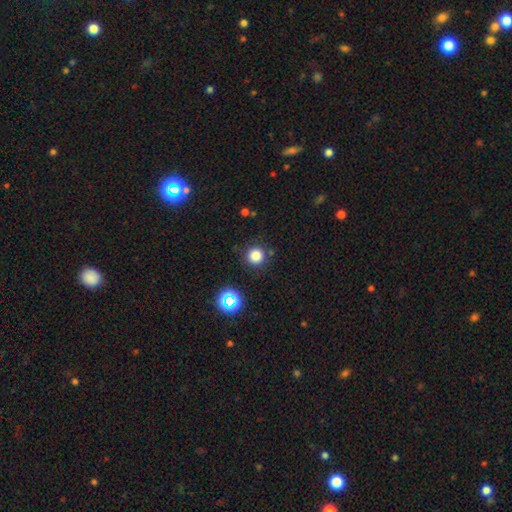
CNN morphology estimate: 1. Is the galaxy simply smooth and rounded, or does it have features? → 79% smooth, 16% star or artifact, 4% featured or disk.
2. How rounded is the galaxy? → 95% round, 4% in between, 1% cigar-shaped.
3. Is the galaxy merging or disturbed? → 86% none, 8% minor disturbance, 3% major disturbance, 3% merger.